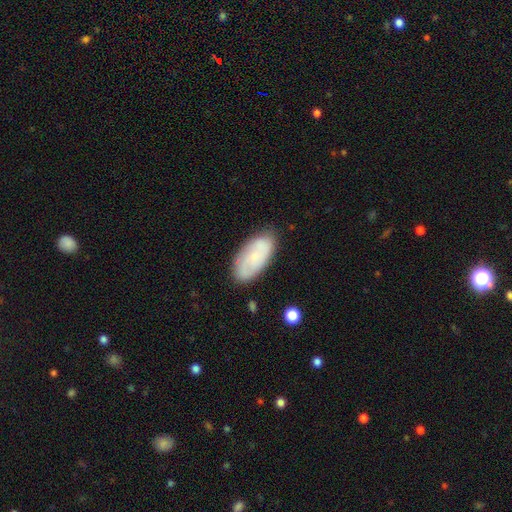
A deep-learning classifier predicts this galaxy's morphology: smooth-or-featured: smooth: 55% | featured or disk: 37% | star or artifact: 7%
  how-rounded: in between: 91% | cigar-shaped: 6% | round: 3%
  merging: none: 78% | minor disturbance: 17% | major disturbance: 4% | merger: 2%